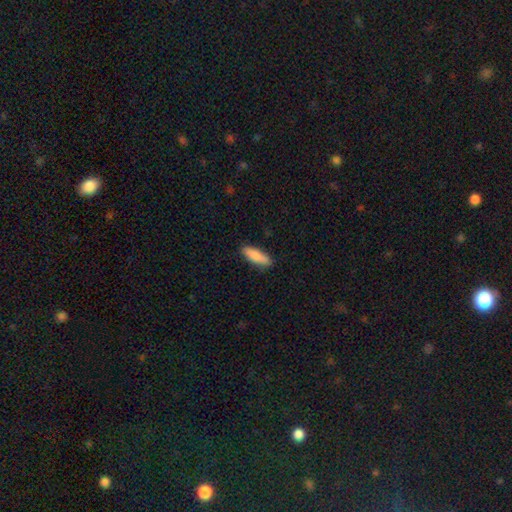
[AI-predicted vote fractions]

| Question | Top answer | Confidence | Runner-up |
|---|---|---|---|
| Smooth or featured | smooth | 84% | featured or disk (10%) |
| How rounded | cigar-shaped | 51% | in between (47%) |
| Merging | none | 85% | minor disturbance (11%) |